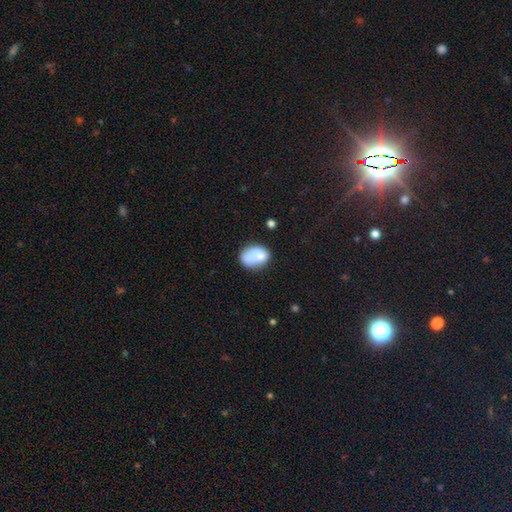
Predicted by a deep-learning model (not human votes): Morphology: type=smooth (76%); roundness=in between (71%); merging=none (45%).